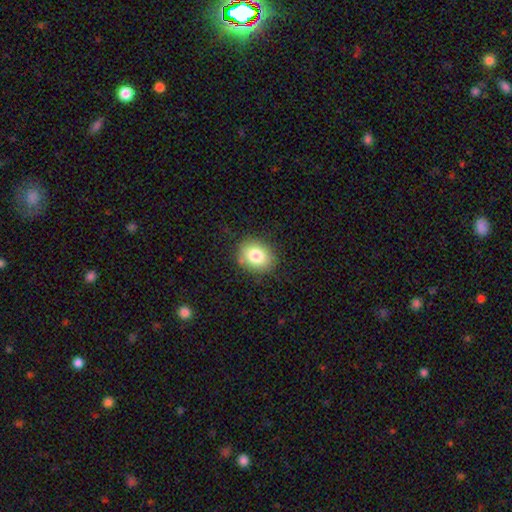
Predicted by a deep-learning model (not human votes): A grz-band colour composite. It shows a smooth galaxy with no disk features (81%) that is round (54%). Merging: none (85%).